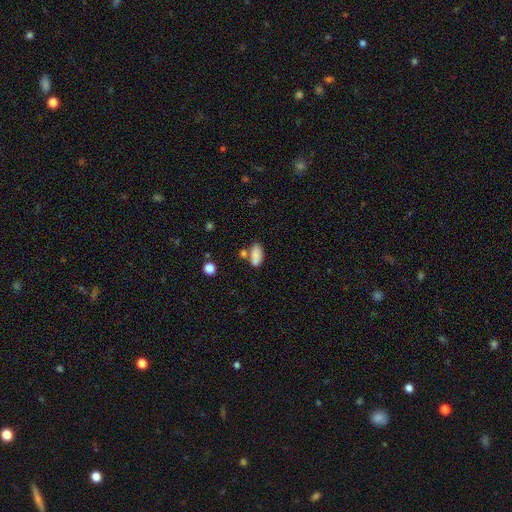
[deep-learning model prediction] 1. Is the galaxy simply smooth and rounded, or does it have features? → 83% smooth, 9% featured or disk, 9% star or artifact.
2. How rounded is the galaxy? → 90% in between, 5% cigar-shaped, 4% round.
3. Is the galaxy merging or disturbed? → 54% none, 24% merger, 17% minor disturbance, 5% major disturbance.